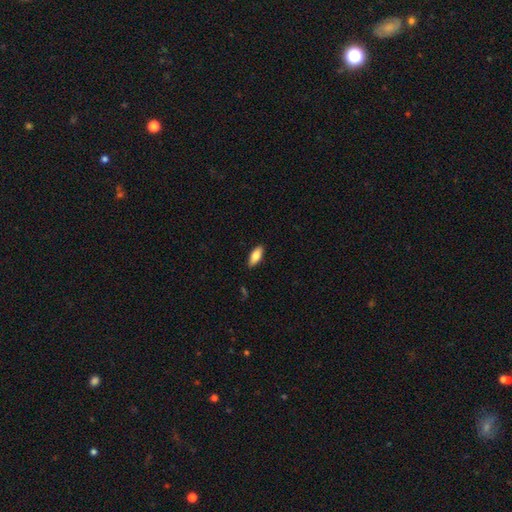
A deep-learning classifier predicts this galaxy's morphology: This appears to be a smooth galaxy with no disk features (81%) that is in between round and cigar-shaped (79%). Merging: none (88%).